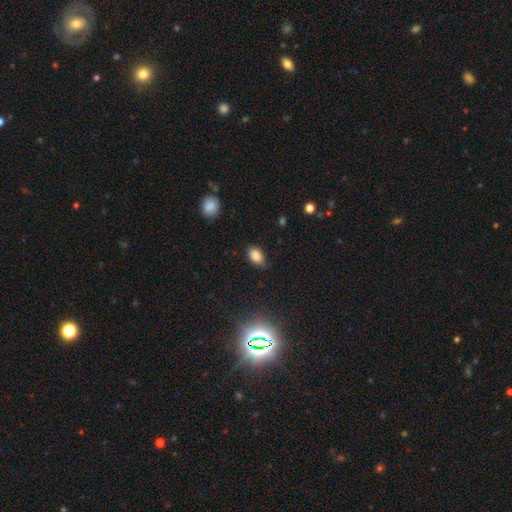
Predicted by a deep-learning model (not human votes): Morphology: type=smooth (84%); roundness=in between (85%); merging=none (72%).